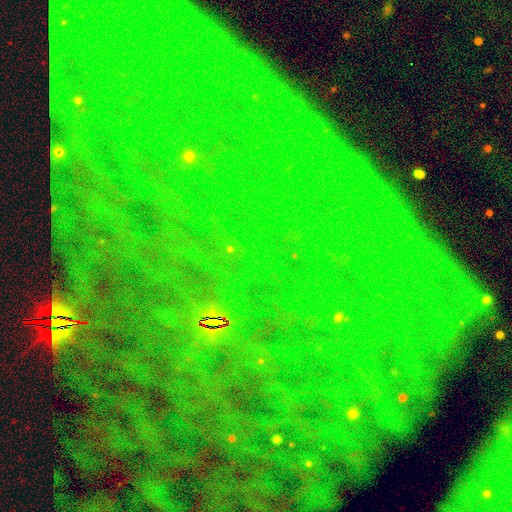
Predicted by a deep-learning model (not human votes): Q: Smooth or featured?
A: star or artifact (84%); runner-up: smooth (9%)